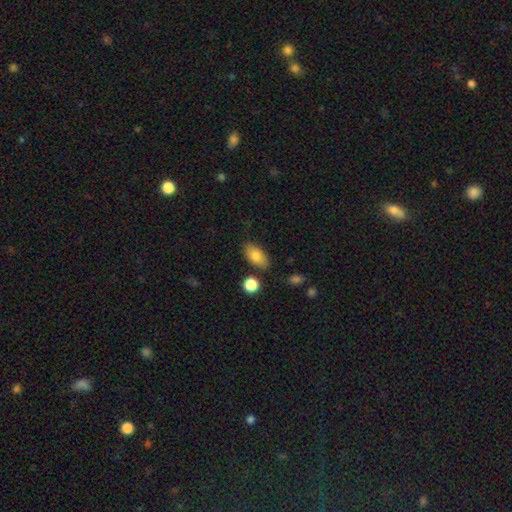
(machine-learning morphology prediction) A smooth galaxy with no disk features (82%) that is in between round and cigar-shaped (89%).

Vote fractions:
- Smooth or featured? smooth: 82% / featured or disk: 11% / star or artifact: 7%
- How rounded? in between: 89% / round: 6% / cigar-shaped: 5%
- Merging? none: 79% / minor disturbance: 13% / merger: 5% / major disturbance: 3%